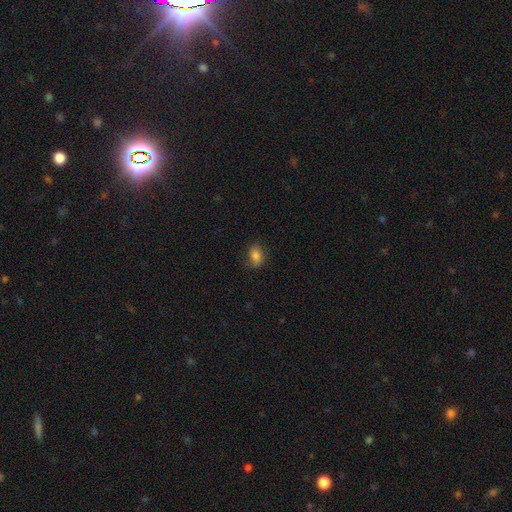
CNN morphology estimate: Q: Smooth or featured?
A: smooth (80%); runner-up: featured or disk (10%)
Q: How rounded?
A: in between (81%); runner-up: round (17%)
Q: Merging?
A: none (76%); runner-up: minor disturbance (19%)